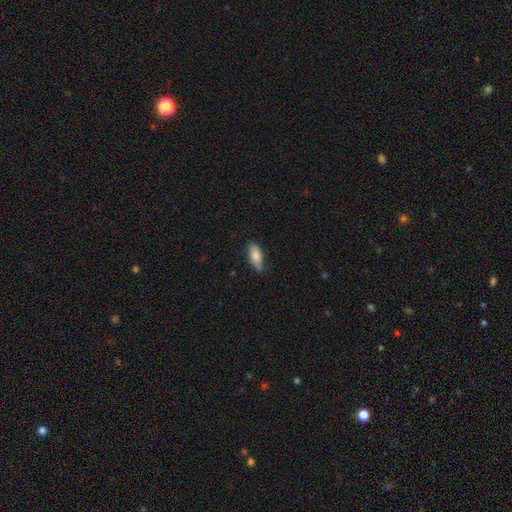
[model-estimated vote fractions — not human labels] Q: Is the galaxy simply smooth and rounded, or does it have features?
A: smooth — 75%.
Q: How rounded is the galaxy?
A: in between — 78%.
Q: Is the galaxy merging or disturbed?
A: none — 73%.